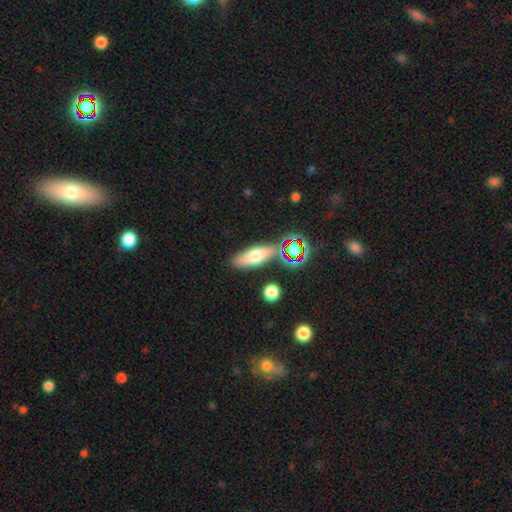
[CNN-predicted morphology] Q: Smooth or featured?
A: smooth (60%); runner-up: featured or disk (27%)
Q: How rounded?
A: in between (55%); runner-up: cigar-shaped (39%)
Q: Merging?
A: none (72%); runner-up: minor disturbance (14%)